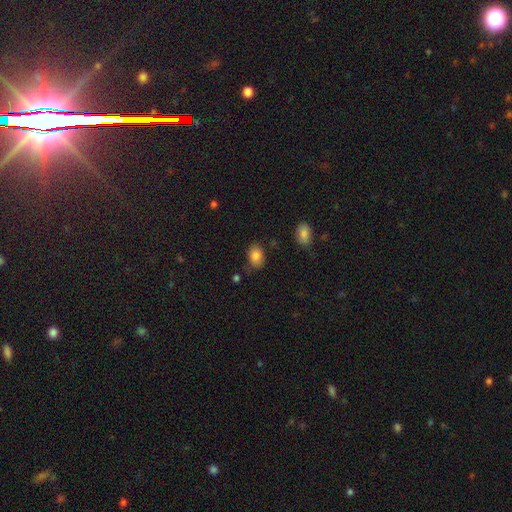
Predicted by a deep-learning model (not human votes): Smooth or featured?
  - smooth: 85% *
  - star or artifact: 9%
  - featured or disk: 6%
How rounded?
  - in between: 76% *
  - round: 23%
  - cigar-shaped: 1%
Merging?
  - none: 73% *
  - minor disturbance: 19%
  - major disturbance: 5%
  - merger: 3%